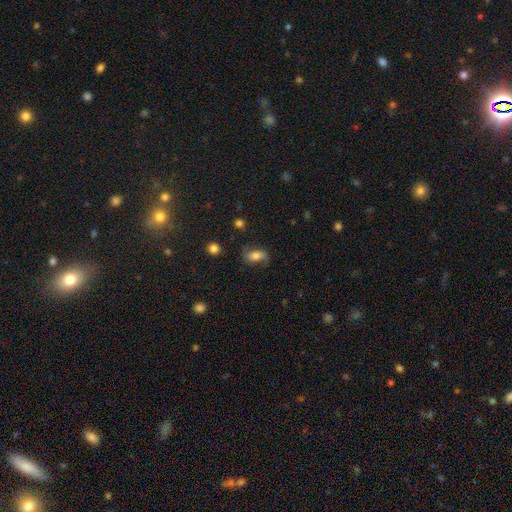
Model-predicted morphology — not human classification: Smooth or featured?
  - featured or disk: 52% *
  - smooth: 38%
  - star or artifact: 10%
Edge-on disk?
  - no: 92% *
  - yes: 8%
Merging?
  - none: 65% *
  - minor disturbance: 21%
  - major disturbance: 12%
  - merger: 2%